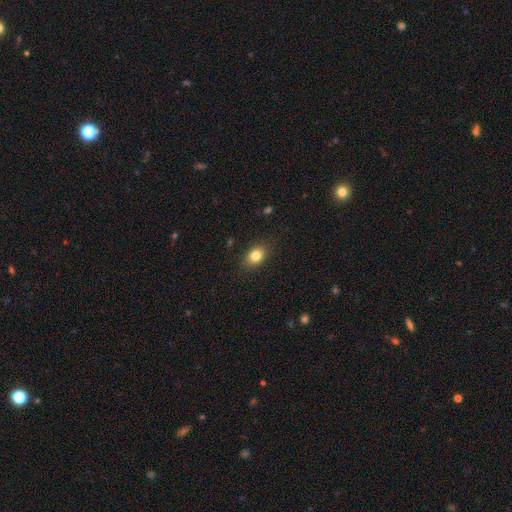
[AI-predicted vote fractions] A smooth galaxy with no disk features (83%) that is in between round and cigar-shaped (68%).

Vote fractions:
- Smooth or featured? smooth: 83% / star or artifact: 10% / featured or disk: 8%
- How rounded? in between: 68% / round: 30% / cigar-shaped: 1%
- Merging? none: 85% / minor disturbance: 11% / major disturbance: 3% / merger: 1%